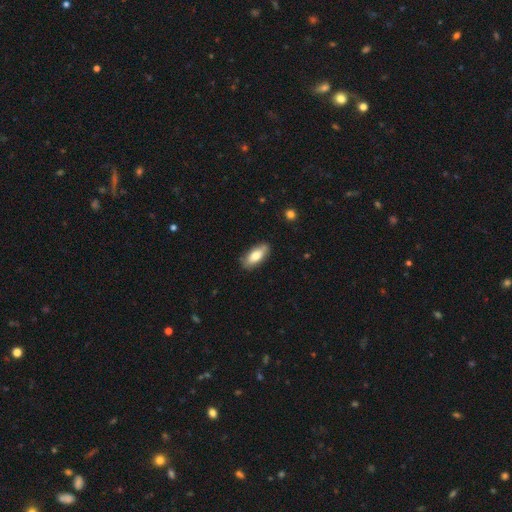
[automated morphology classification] This appears to be a smooth galaxy with no disk features (75%) that is in between round and cigar-shaped (84%). Merging: none (81%).